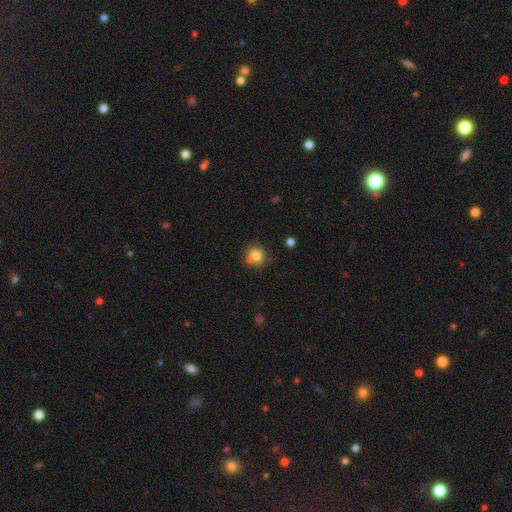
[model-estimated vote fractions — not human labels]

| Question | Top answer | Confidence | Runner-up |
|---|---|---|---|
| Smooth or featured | smooth | 81% | star or artifact (11%) |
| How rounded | round | 84% | in between (15%) |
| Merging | none | 68% | minor disturbance (14%) |